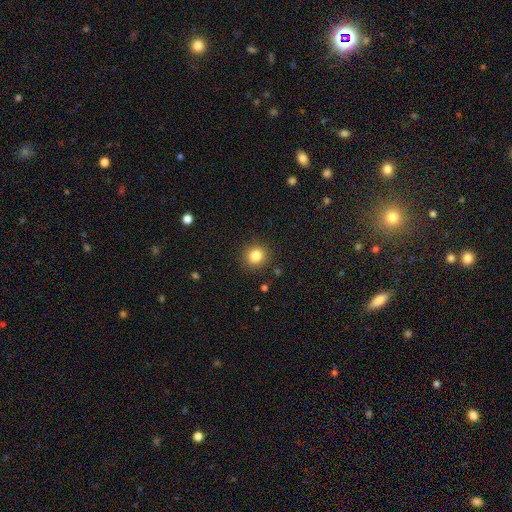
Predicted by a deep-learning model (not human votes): A smooth galaxy with no disk features (83%) that is round (88%). Merging: none (89%).